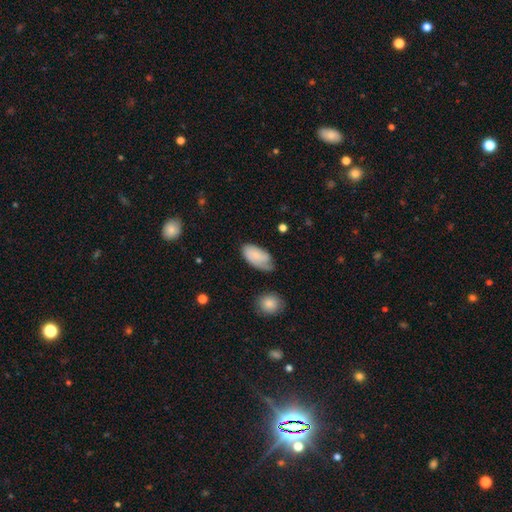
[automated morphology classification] smooth-or-featured: smooth: 68% | featured or disk: 25% | star or artifact: 7%
  how-rounded: in between: 93% | cigar-shaped: 4% | round: 3%
  merging: none: 57% | minor disturbance: 30% | major disturbance: 10% | merger: 3%